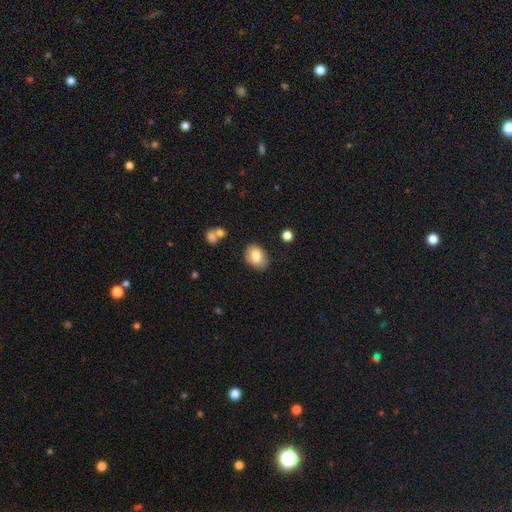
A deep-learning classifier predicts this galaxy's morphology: Smooth or featured?
  - smooth: 79% *
  - featured or disk: 13%
  - star or artifact: 8%
How rounded?
  - in between: 71% *
  - round: 28%
  - cigar-shaped: 1%
Merging?
  - none: 82% *
  - minor disturbance: 13%
  - major disturbance: 3%
  - merger: 2%